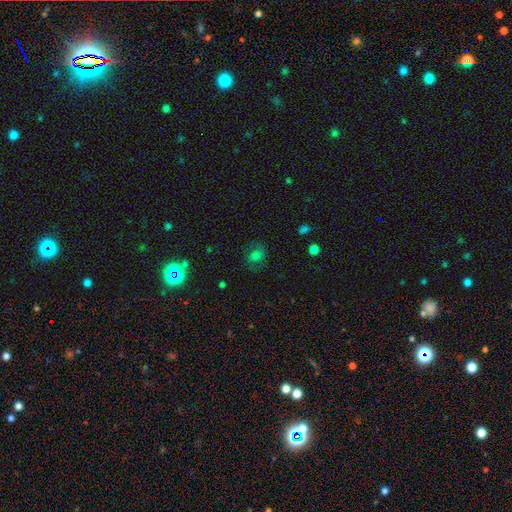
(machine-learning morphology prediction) Smooth or featured?
  - smooth: 48% *
  - featured or disk: 35%
  - star or artifact: 18%
Merging?
  - none: 70% *
  - minor disturbance: 17%
  - major disturbance: 12%
  - merger: 2%